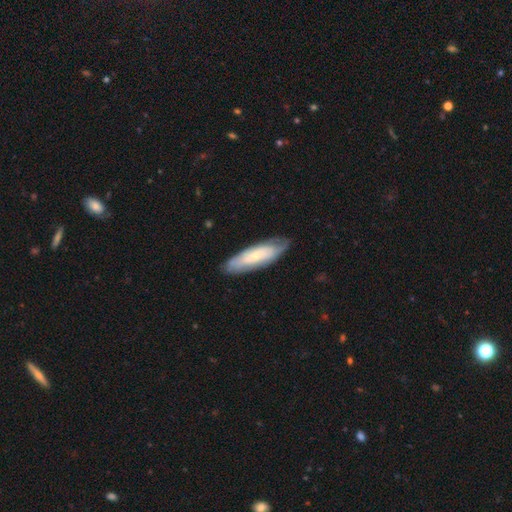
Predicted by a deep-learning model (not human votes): featured or disk 48%, smooth 46%, star or artifact 6%. Down the decision tree: merging — none (79%).